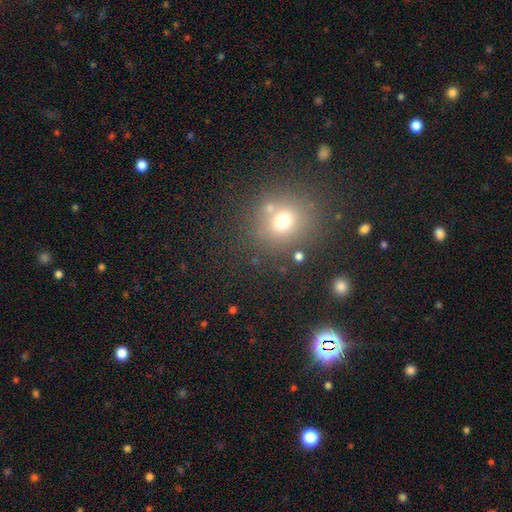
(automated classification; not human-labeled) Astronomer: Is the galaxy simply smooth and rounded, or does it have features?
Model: smooth — 55% (runner-up: star or artifact, 34%).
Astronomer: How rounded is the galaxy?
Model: round — 85%.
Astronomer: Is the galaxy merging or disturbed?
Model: none — 76%.